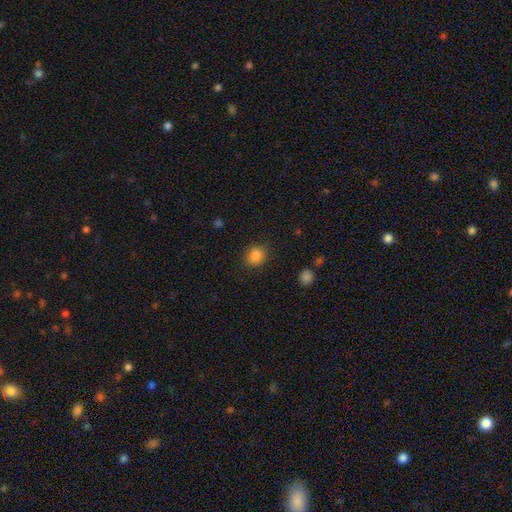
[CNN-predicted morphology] The model was most divided on "how rounded": round: 72%, in between: 27%, cigar-shaped: 1%. More confident: merging — none (87%); smooth or featured — smooth (86%).